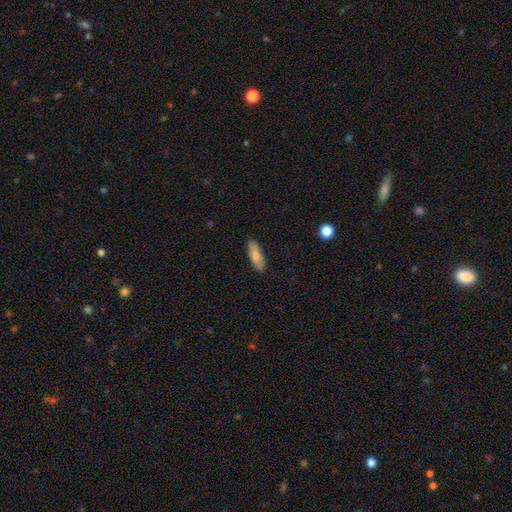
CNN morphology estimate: This appears to be a smooth galaxy with no disk features (82%) that is in between round and cigar-shaped (54%). Merging: none (84%).